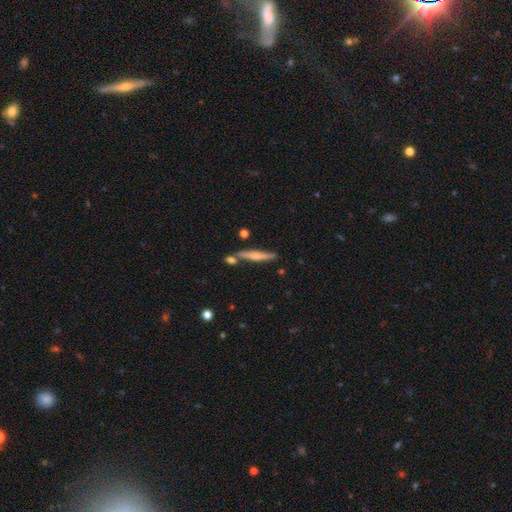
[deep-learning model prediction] Smooth or featured? Predicted: featured or disk (p=0.48). Merging? Predicted: none (p=0.71).